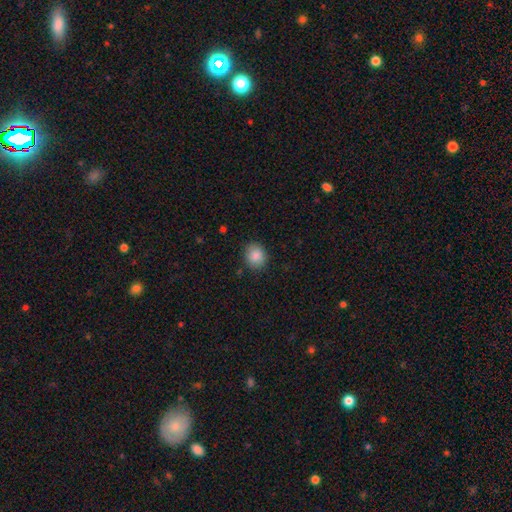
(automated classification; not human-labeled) Smooth or featured? smooth (87%)
How rounded? round (70%)
Merging? none (86%)